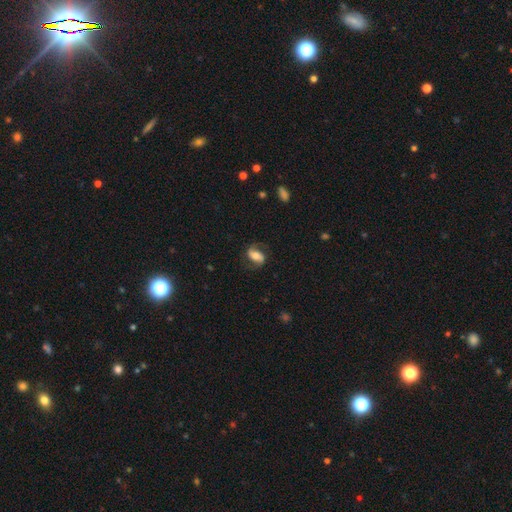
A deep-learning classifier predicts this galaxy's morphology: Q: Smooth or featured?
A: featured or disk (65%); runner-up: smooth (28%)
Q: Edge-on disk?
A: no (96%); runner-up: yes (4%)
Q: Bar?
A: strong (36%); runner-up: weak (34%)
Q: Spiral arms?
A: yes (91%); runner-up: no (9%)
Q: Spiral winding?
A: medium (45%); runner-up: loose (38%)
Q: Spiral arm count?
A: 2 (89%); runner-up: can't tell (4%)
Q: Bulge size?
A: moderate (51%); runner-up: large (21%)
Q: Merging?
A: none (71%); runner-up: minor disturbance (17%)